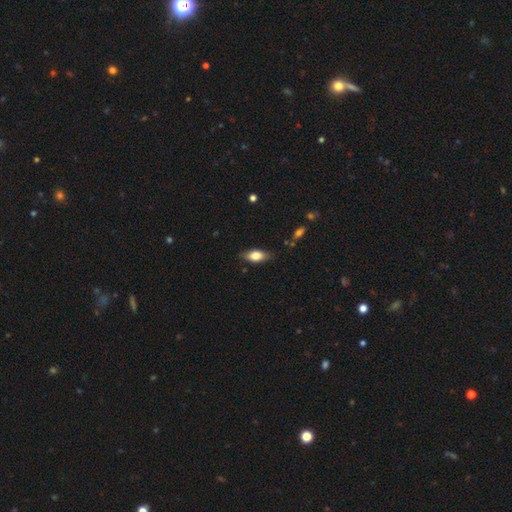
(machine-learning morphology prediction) Smooth or featured: smooth — 70% (featured or disk — 23%)
How rounded: in between — 83% (cigar-shaped — 13%)
Merging: none — 80% (minor disturbance — 15%)